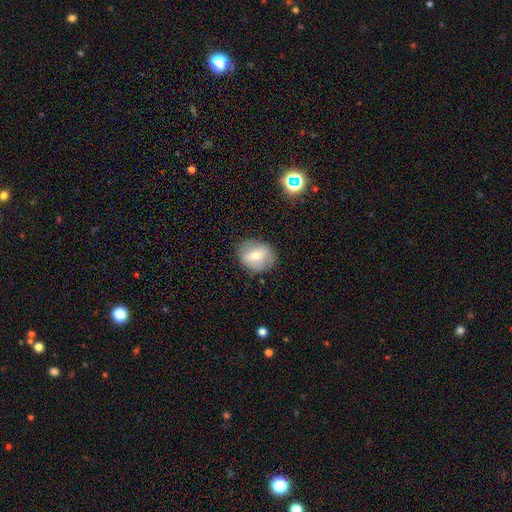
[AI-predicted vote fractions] Smooth or featured: smooth — 60% (featured or disk — 31%)
How rounded: round — 62% (in between — 37%)
Merging: none — 79% (minor disturbance — 15%)